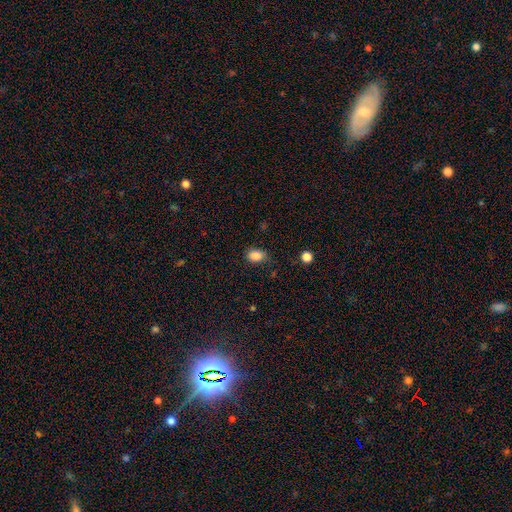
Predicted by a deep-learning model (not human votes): smooth 86%, star or artifact 9%, featured or disk 4%. Down the decision tree: how rounded — in between (75%); merging — none (72%).